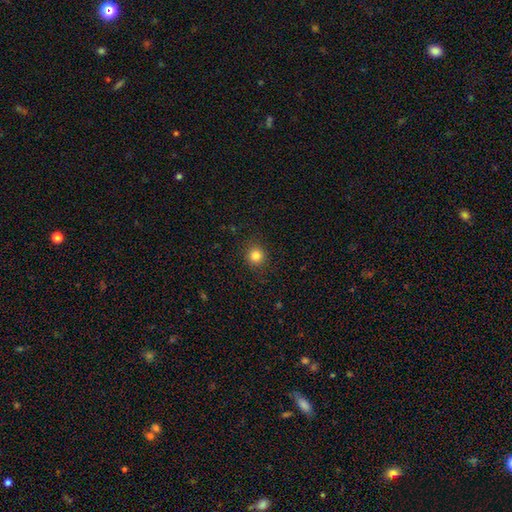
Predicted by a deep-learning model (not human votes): Overall: smooth (83%). How rounded: round (91%). Merging: none (90%).